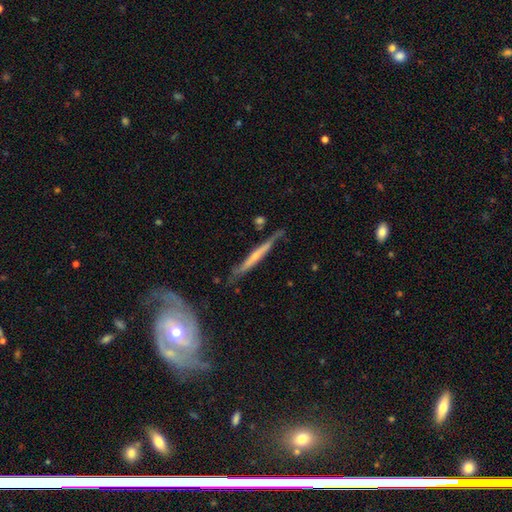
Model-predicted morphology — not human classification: Smooth or featured? featured or disk (65%)
Edge-on disk? yes (92%)
Edge-on bulge? none (48%)
Merging? none (72%)